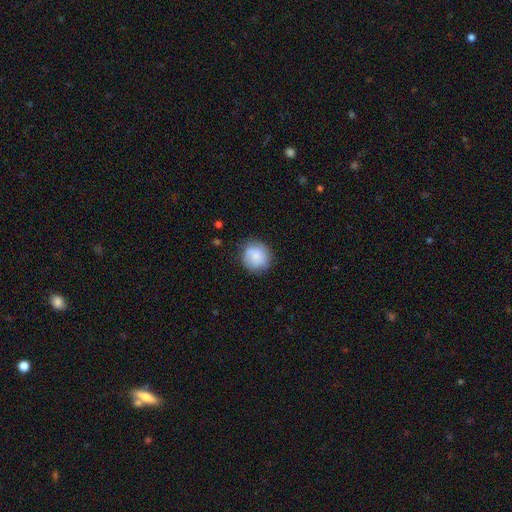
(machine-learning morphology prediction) Q: Smooth or featured?
A: smooth (78%); runner-up: featured or disk (15%)
Q: How rounded?
A: round (90%); runner-up: in between (9%)
Q: Merging?
A: none (76%); runner-up: minor disturbance (17%)